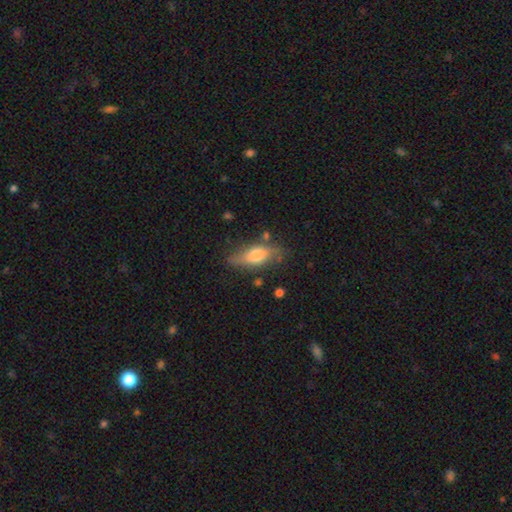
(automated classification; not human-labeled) smooth-or-featured: smooth: 61% | featured or disk: 32% | star or artifact: 7%
  how-rounded: in between: 64% | cigar-shaped: 31% | round: 4%
  merging: none: 70% | minor disturbance: 21% | major disturbance: 6% | merger: 4%